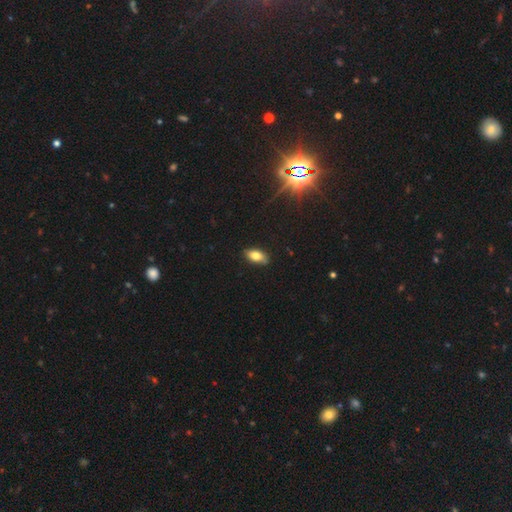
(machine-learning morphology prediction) Smooth or featured?
  - smooth: 76% *
  - featured or disk: 14%
  - star or artifact: 10%
How rounded?
  - in between: 90% *
  - cigar-shaped: 7%
  - round: 4%
Merging?
  - none: 85% *
  - minor disturbance: 12%
  - major disturbance: 2%
  - merger: 1%